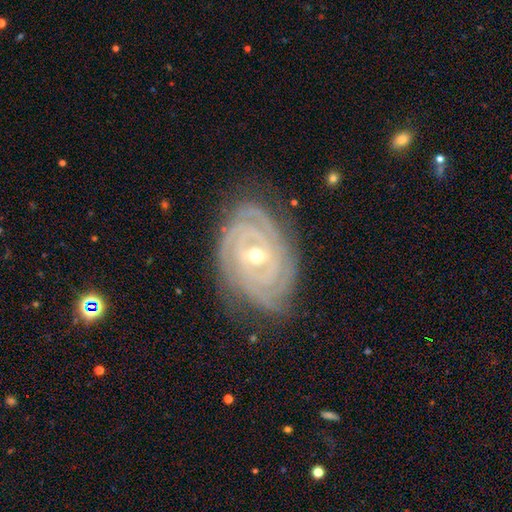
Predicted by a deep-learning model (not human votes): A featured or disk galaxy (91%) with no bar (49%), 3 (27%) tight (87%) spiral arms (98%) and a moderate central bulge (49%, tied with small). Merging: none (79%).